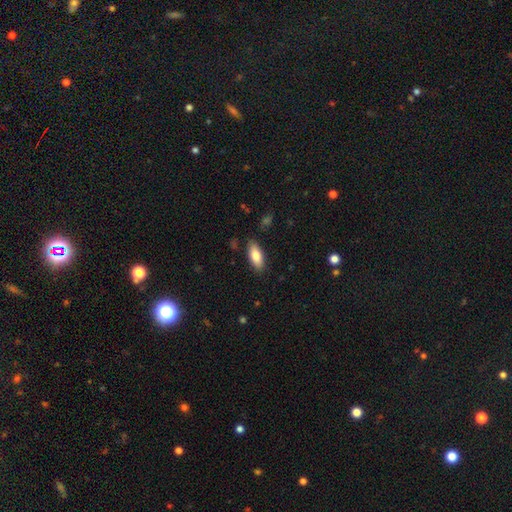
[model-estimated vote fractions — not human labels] Smooth or featured?
  - smooth: 82% *
  - featured or disk: 12%
  - star or artifact: 6%
How rounded?
  - in between: 84% *
  - cigar-shaped: 14%
  - round: 2%
Merging?
  - none: 86% *
  - minor disturbance: 11%
  - major disturbance: 2%
  - merger: 1%